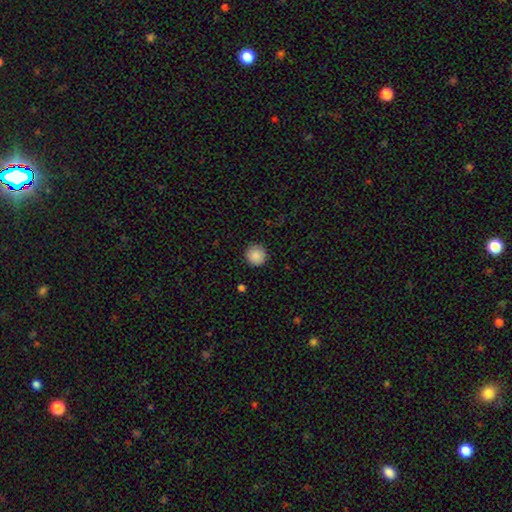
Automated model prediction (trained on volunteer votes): This appears to be a smooth galaxy with no disk features (88%) that is round (95%). Merging: none (91%).